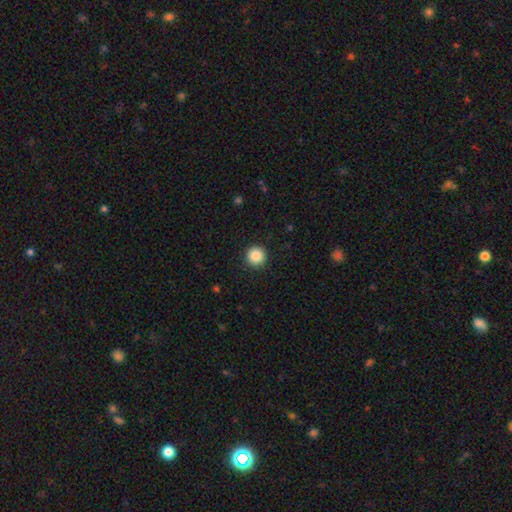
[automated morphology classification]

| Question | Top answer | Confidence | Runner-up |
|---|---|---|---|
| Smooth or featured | smooth | 87% | star or artifact (10%) |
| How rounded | round | 96% | in between (3%) |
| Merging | none | 93% | minor disturbance (5%) |